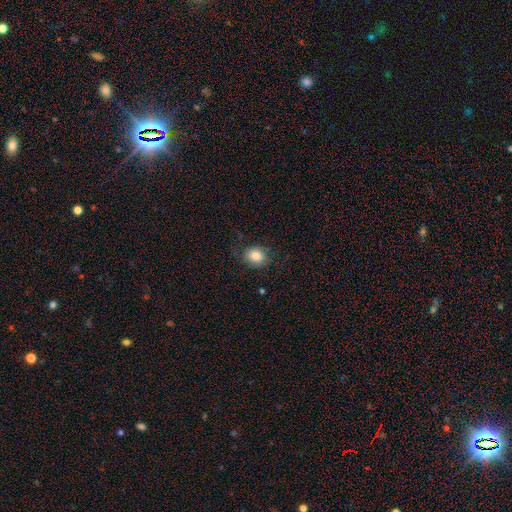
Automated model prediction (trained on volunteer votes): The model was most divided on "how rounded": round: 59%, in between: 40%, cigar-shaped: 1%. More confident: smooth or featured — smooth (79%); merging — none (71%).